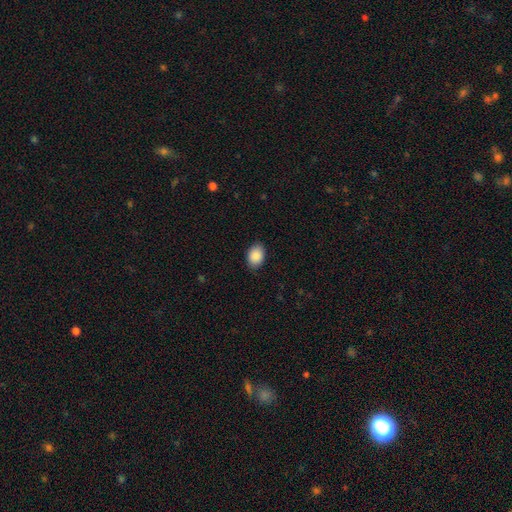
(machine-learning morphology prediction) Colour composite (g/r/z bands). It shows a smooth galaxy with no disk features (89%) that is in between round and cigar-shaped (80%). Merging: none (87%).